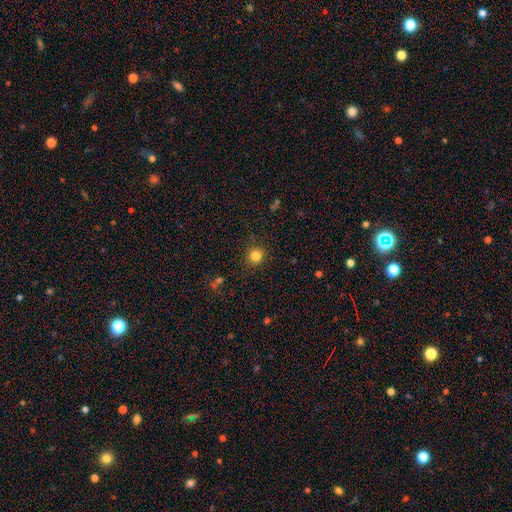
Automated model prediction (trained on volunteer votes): Smooth or featured? Predicted: smooth (p=0.82). How rounded? Predicted: round (p=0.93). Merging? Predicted: none (p=0.88).